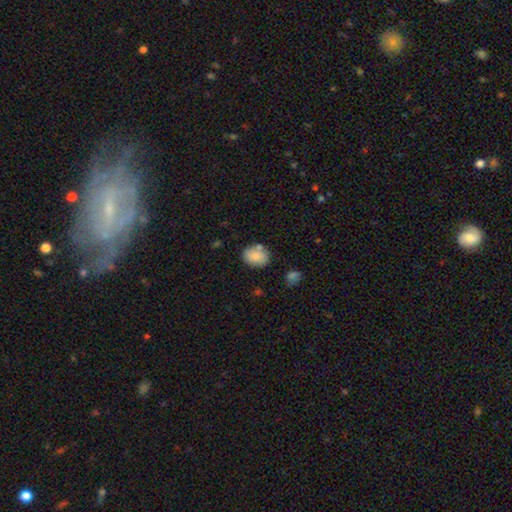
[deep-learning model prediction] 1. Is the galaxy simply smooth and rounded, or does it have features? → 81% smooth, 11% featured or disk, 8% star or artifact.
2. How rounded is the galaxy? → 61% in between, 38% round, 1% cigar-shaped.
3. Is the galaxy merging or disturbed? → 71% none, 15% minor disturbance, 10% merger, 4% major disturbance.